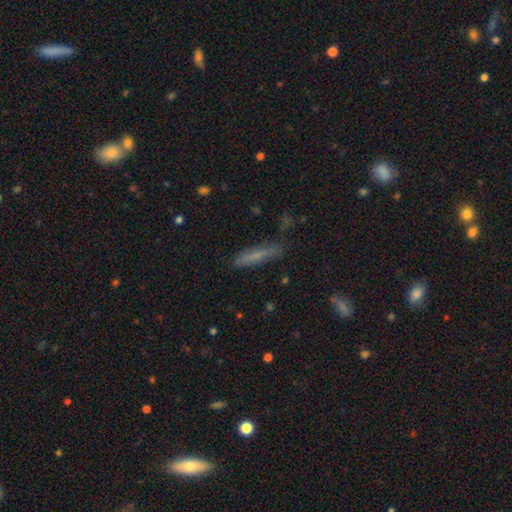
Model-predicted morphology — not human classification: A smooth galaxy with no disk features (66%) that is cigar-shaped (88%). Merging: none (77%).